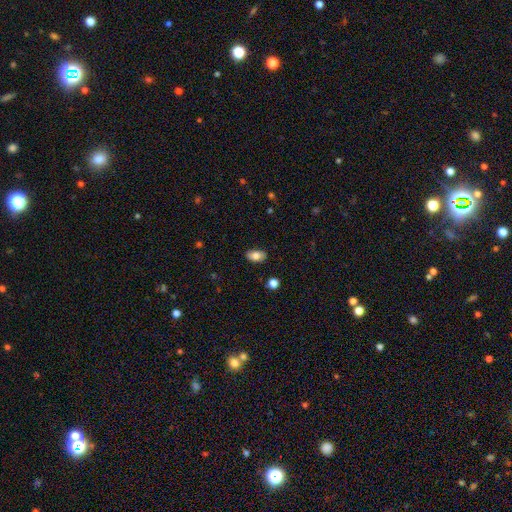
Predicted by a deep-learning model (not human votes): Overall: smooth (79%). How rounded: in between (92%). Merging: none (87%).